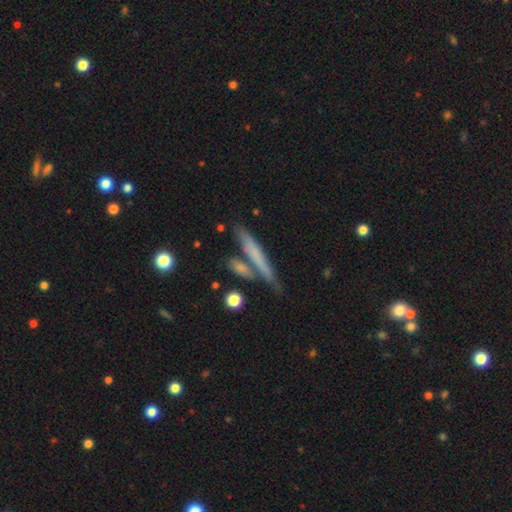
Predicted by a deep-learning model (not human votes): This is possibly a smooth galaxy (58%). How rounded: clearly cigar-shaped (91%). Merging: likely none (70%).